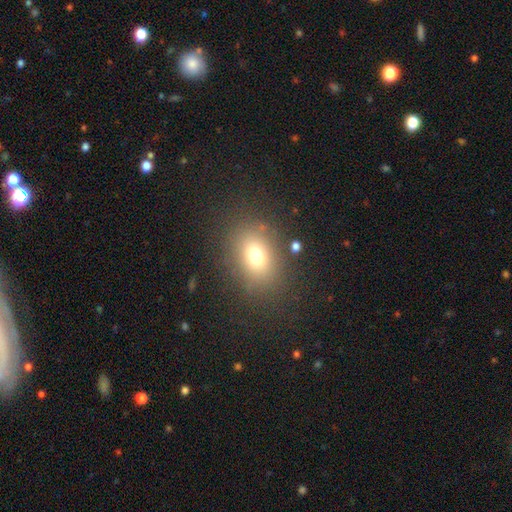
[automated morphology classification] Smooth or featured? Predicted: smooth (p=0.73). How rounded? Predicted: in between (p=0.68). Merging? Predicted: none (p=0.81).